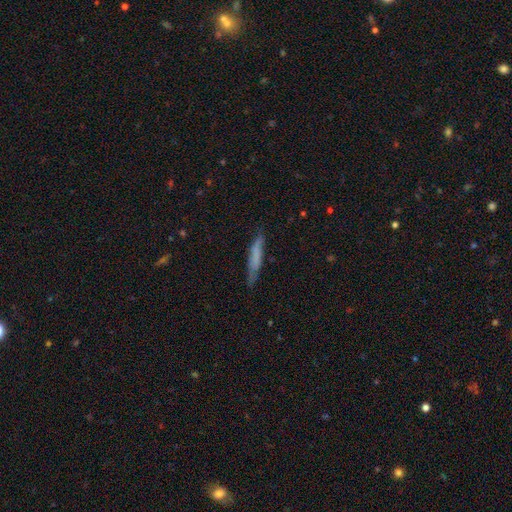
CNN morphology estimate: type=smooth (62%); roundness=cigar-shaped (90%); merging=none (71%).